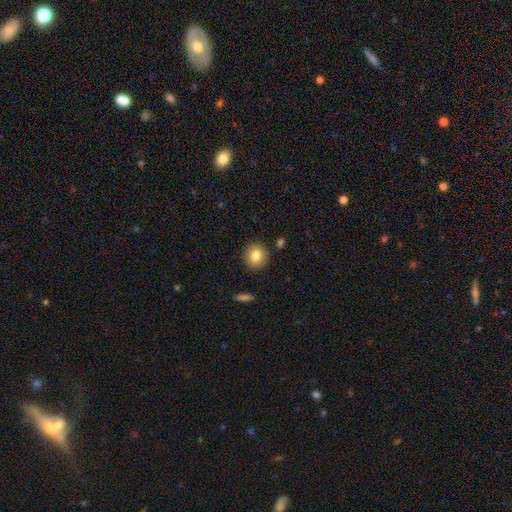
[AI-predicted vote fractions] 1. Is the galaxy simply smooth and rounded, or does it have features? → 81% smooth, 11% featured or disk, 8% star or artifact.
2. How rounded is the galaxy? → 84% round, 15% in between, 1% cigar-shaped.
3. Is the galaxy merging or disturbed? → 88% none, 8% minor disturbance, 2% major disturbance, 2% merger.